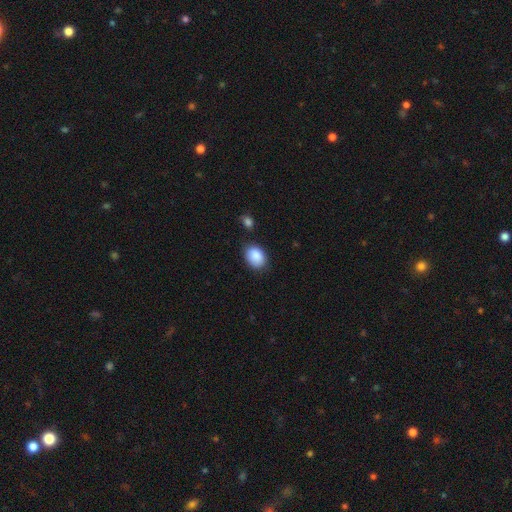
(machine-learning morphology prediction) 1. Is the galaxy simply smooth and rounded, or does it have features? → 88% smooth, 7% star or artifact, 5% featured or disk.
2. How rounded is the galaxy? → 72% in between, 27% round, 1% cigar-shaped.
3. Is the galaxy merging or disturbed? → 77% none, 16% minor disturbance, 4% merger, 3% major disturbance.